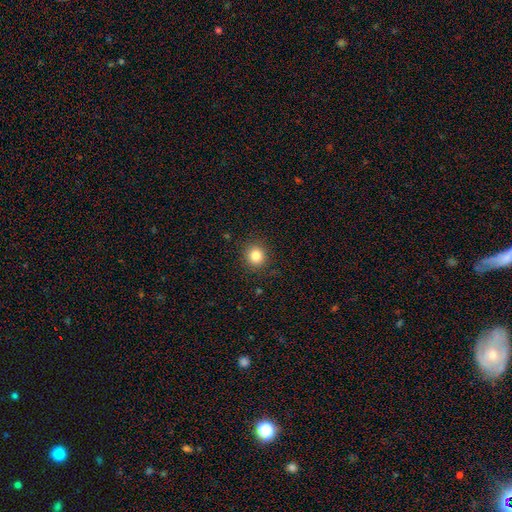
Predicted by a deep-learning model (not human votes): Smooth or featured? smooth (83%)
How rounded? round (90%)
Merging? none (90%)